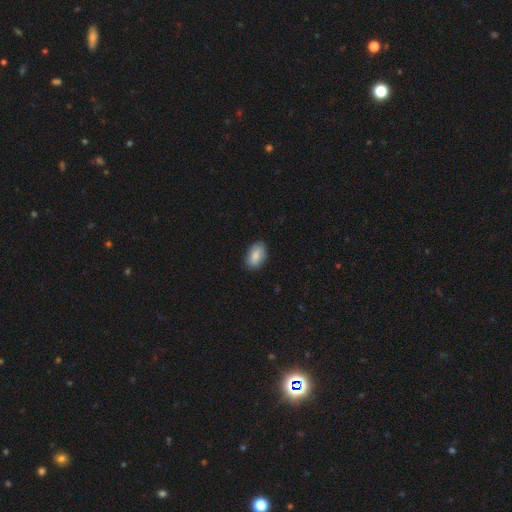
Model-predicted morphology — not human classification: Smooth or featured? Predicted: smooth (p=0.84). How rounded? Predicted: in between (p=0.92). Merging? Predicted: none (p=0.82).